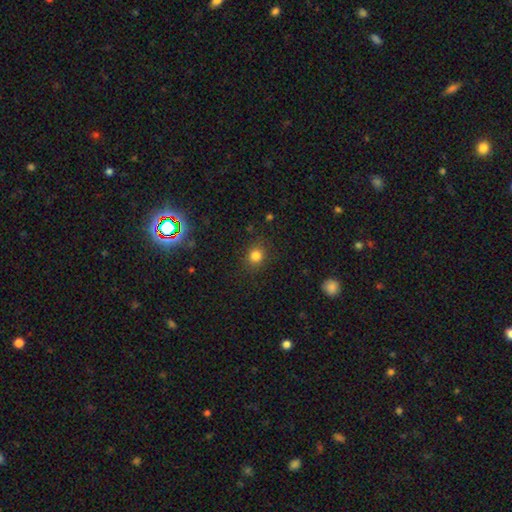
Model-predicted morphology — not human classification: Smooth or featured?
  - smooth: 81% *
  - star or artifact: 13%
  - featured or disk: 5%
How rounded?
  - round: 78% *
  - in between: 21%
  - cigar-shaped: 1%
Merging?
  - none: 86% *
  - minor disturbance: 9%
  - major disturbance: 3%
  - merger: 1%